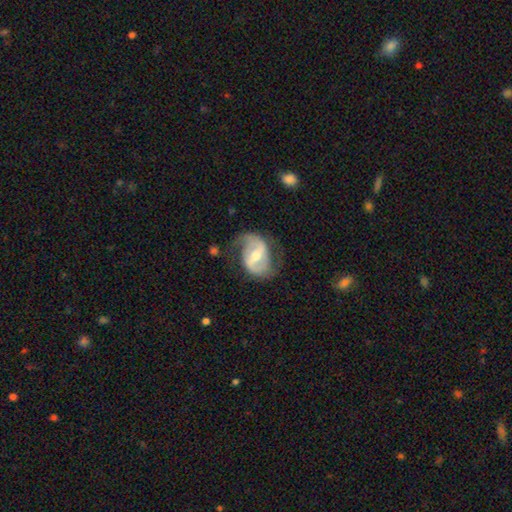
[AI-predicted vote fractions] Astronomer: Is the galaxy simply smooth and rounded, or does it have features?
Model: featured or disk — 81%.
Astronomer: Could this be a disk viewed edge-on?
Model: no — 97%.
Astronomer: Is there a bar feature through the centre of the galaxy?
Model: weak — 44% (runner-up: strong, 40%).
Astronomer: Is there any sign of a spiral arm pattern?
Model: yes — 90%.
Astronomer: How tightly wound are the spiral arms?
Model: medium — 46% (runner-up: loose, 37%).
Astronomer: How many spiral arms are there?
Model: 2 — 87%.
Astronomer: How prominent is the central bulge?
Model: moderate — 66%.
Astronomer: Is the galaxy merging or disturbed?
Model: none — 65%.